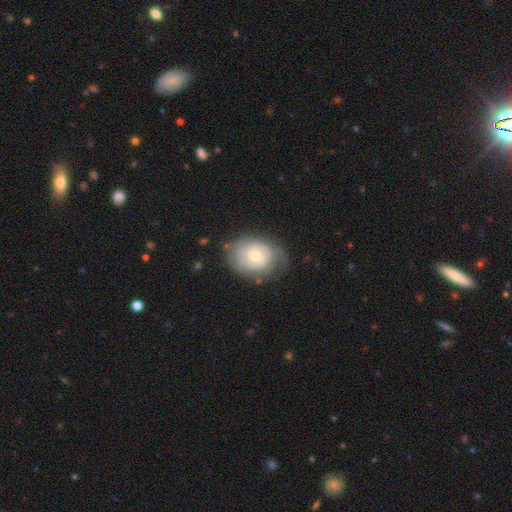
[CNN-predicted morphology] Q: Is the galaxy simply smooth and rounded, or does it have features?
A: featured or disk — 68%.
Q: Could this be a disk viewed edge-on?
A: no — 97%.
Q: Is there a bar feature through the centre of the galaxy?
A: no — 57%.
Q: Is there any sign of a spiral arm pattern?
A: yes — 79%.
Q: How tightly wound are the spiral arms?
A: tight — 65%.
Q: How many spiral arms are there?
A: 2 — 42%.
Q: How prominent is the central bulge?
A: moderate — 56%.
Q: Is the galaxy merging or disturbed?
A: none — 64%.